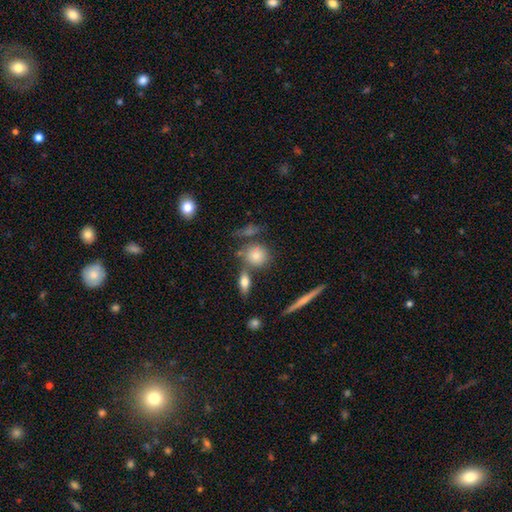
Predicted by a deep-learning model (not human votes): smooth_or_featured: smooth (p=0.76) [alt: featured or disk p=0.14]
how_rounded: round (p=0.74) [alt: in between p=0.22]
merging: none (p=0.59) [alt: merger p=0.20]